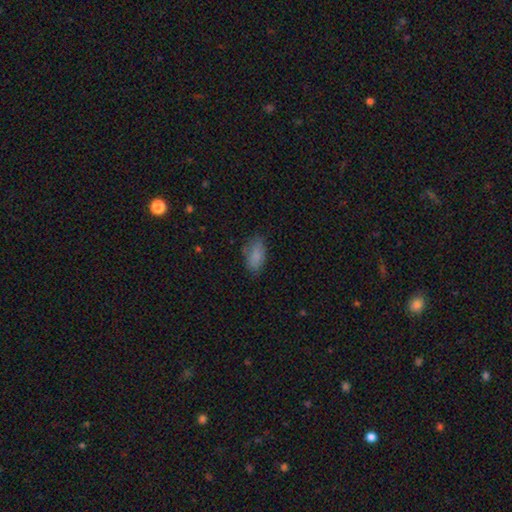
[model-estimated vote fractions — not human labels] A smooth galaxy with no disk features (83%) that is in between round and cigar-shaped (92%). Merging: none (72%).